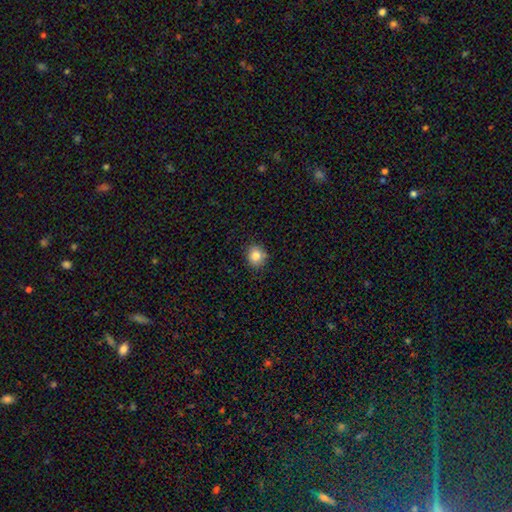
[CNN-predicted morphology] Overall: smooth (83%). How rounded: round (82%). Merging: none (85%).